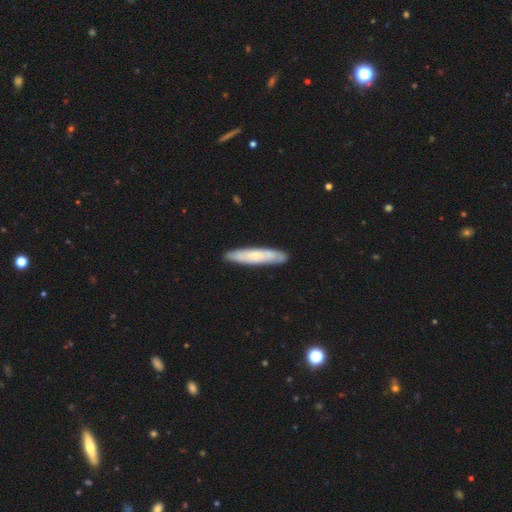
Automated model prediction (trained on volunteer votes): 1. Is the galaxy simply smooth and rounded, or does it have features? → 56% smooth, 38% featured or disk, 5% star or artifact.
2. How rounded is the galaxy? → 89% cigar-shaped, 10% in between, 1% round.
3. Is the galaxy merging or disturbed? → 87% none, 10% minor disturbance, 2% major disturbance, 2% merger.